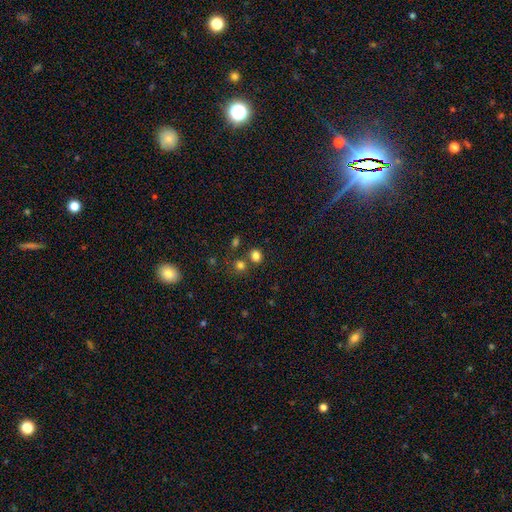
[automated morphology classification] Overall: smooth (81%). How rounded: round (72%). Merging: none (72%).